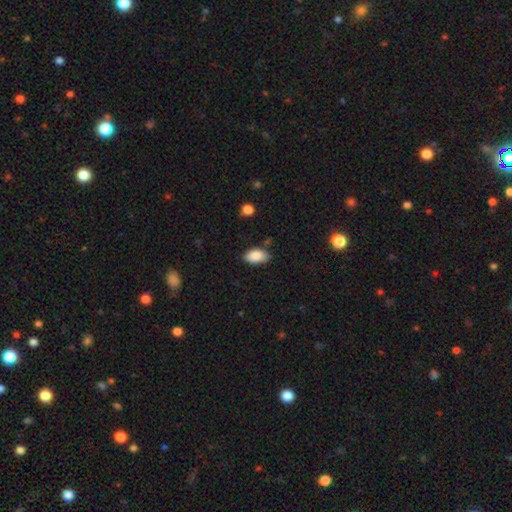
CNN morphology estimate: This appears to be a smooth galaxy with no disk features (86%) that is in between round and cigar-shaped (94%). Merging: none (77%).